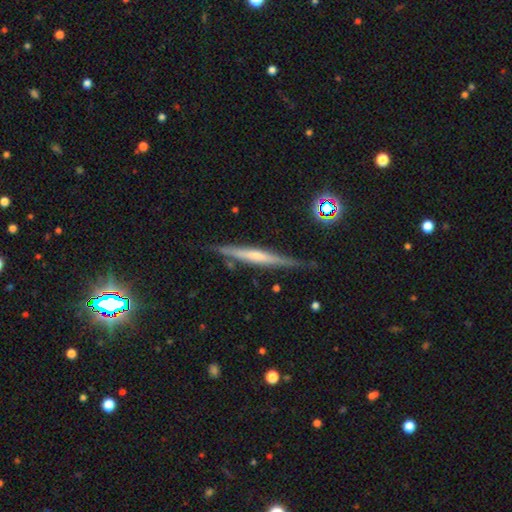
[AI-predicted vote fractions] Overall: featured or disk (63%; smooth 30%). Edge-on disk: yes (96%). Edge-on bulge: none (48%; rounded 40%). Merging: none (79%).